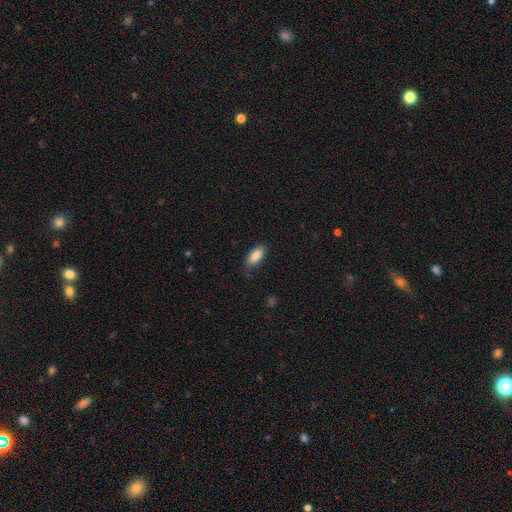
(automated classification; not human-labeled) Smooth or featured? Predicted: smooth (p=0.86). How rounded? Predicted: in between (p=0.88). Merging? Predicted: none (p=0.69).